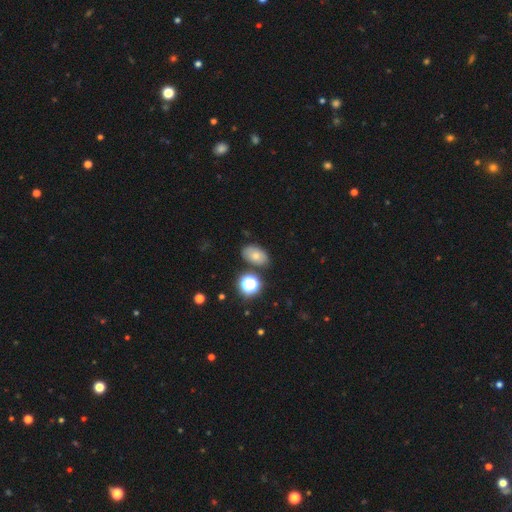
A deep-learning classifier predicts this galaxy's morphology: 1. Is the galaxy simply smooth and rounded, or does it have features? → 56% smooth, 26% star or artifact, 19% featured or disk.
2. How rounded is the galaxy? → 77% in between, 21% round, 2% cigar-shaped.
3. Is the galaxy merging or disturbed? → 78% none, 12% minor disturbance, 6% merger, 4% major disturbance.